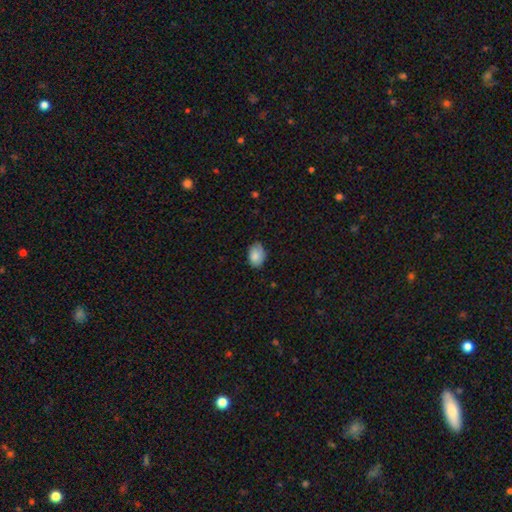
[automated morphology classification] Q: Smooth or featured?
A: smooth (78%); runner-up: featured or disk (14%)
Q: How rounded?
A: in between (80%); runner-up: round (19%)
Q: Merging?
A: none (69%); runner-up: minor disturbance (25%)